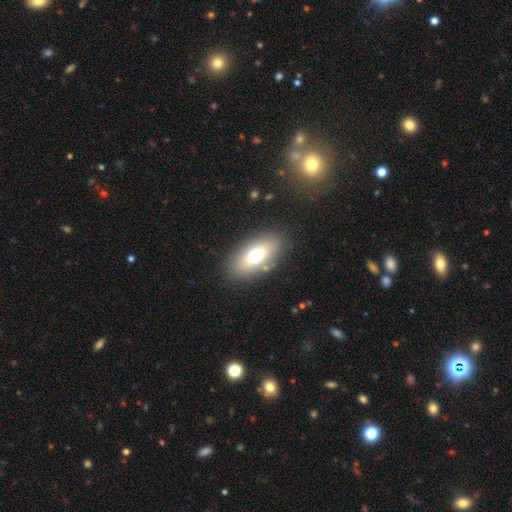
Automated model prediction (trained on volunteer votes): A smooth galaxy with no disk features (69%) that is in between round and cigar-shaped (88%). Merging: none (82%).